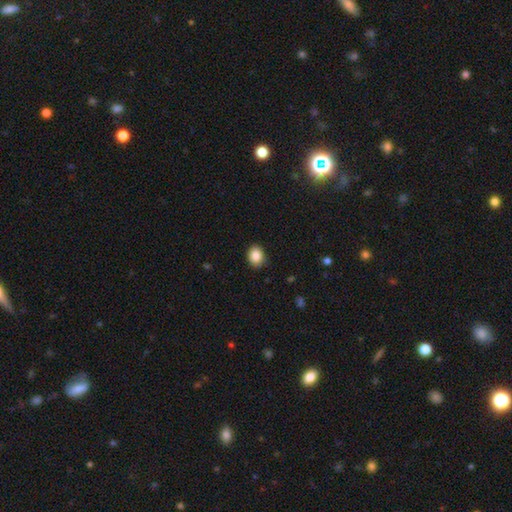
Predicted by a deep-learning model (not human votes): Smooth or featured?
  - smooth: 87% *
  - star or artifact: 9%
  - featured or disk: 5%
How rounded?
  - in between: 50% *
  - round: 49%
  - cigar-shaped: 1%
Merging?
  - none: 88% *
  - minor disturbance: 9%
  - major disturbance: 2%
  - merger: 1%